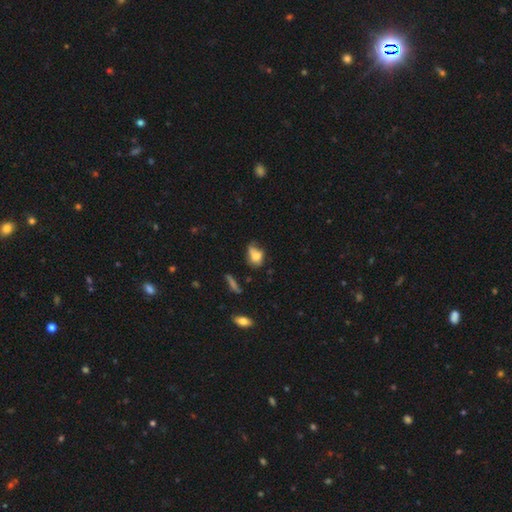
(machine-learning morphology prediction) Q: Smooth or featured?
A: smooth (70%); runner-up: featured or disk (20%)
Q: How rounded?
A: in between (78%); runner-up: round (19%)
Q: Merging?
A: minor disturbance (37%); runner-up: none (35%)